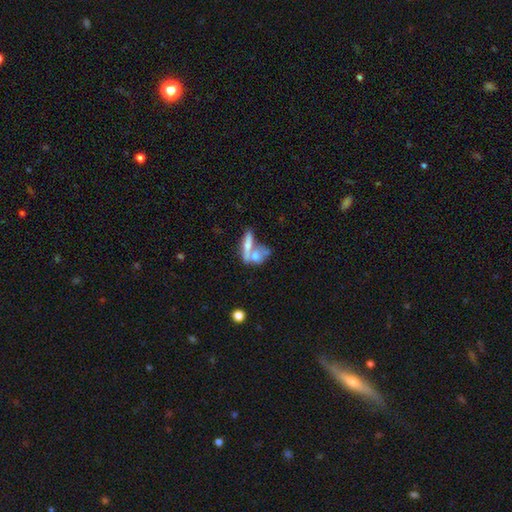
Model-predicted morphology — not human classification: Q: Smooth or featured?
A: smooth (56%); runner-up: featured or disk (35%)
Q: How rounded?
A: in between (56%); runner-up: cigar-shaped (30%)
Q: Merging?
A: merger (57%); runner-up: none (27%)